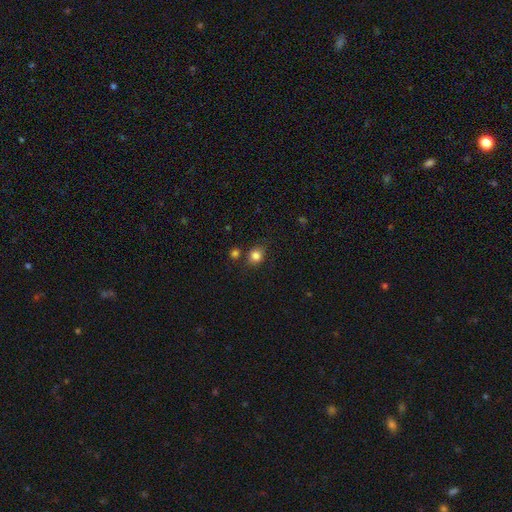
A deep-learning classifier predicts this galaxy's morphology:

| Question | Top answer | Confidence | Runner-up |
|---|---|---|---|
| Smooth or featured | smooth | 83% | star or artifact (12%) |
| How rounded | round | 78% | in between (21%) |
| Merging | none | 75% | minor disturbance (13%) |